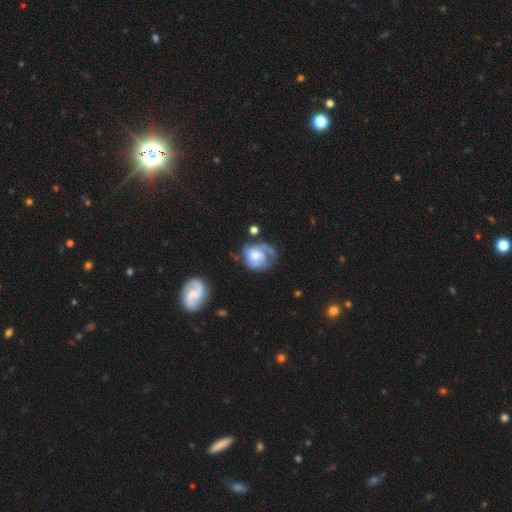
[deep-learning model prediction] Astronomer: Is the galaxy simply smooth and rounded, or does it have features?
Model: featured or disk — 68%.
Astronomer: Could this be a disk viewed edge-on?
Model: no — 98%.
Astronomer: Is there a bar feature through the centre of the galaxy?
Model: no — 70%.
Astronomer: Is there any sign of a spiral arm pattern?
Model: yes — 88%.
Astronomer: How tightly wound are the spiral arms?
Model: tight — 49% (runner-up: medium, 35%).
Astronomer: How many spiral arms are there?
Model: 2 — 35% (runner-up: 1, 27%).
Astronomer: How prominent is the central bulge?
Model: moderate — 41% (runner-up: large, 30%).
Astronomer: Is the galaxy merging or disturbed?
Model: none — 49% (runner-up: minor disturbance, 25%).